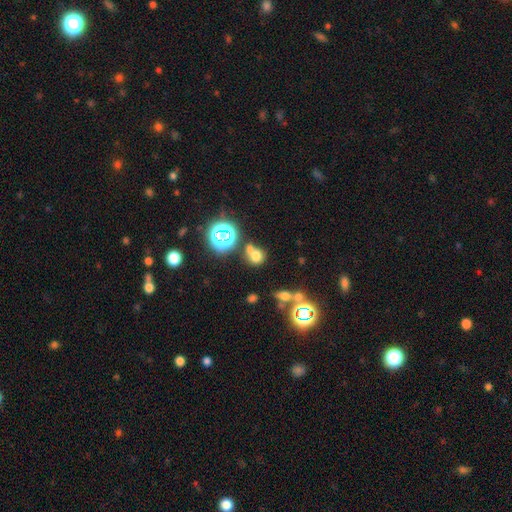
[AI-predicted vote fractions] Smooth or featured? smooth (63%)
How rounded? round (73%)
Merging? none (47%)